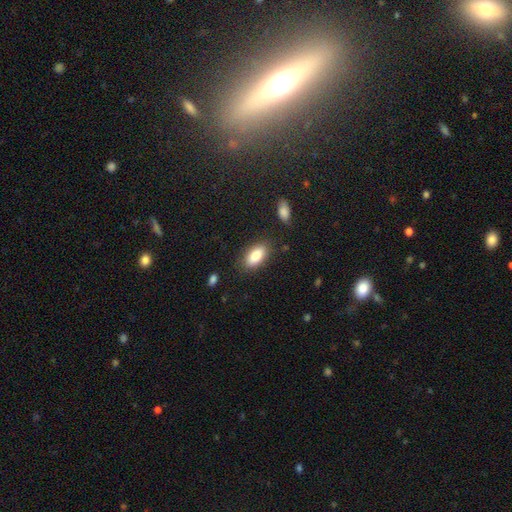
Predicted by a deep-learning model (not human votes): Overall: smooth (85%). How rounded: in between (90%). Merging: none (83%).